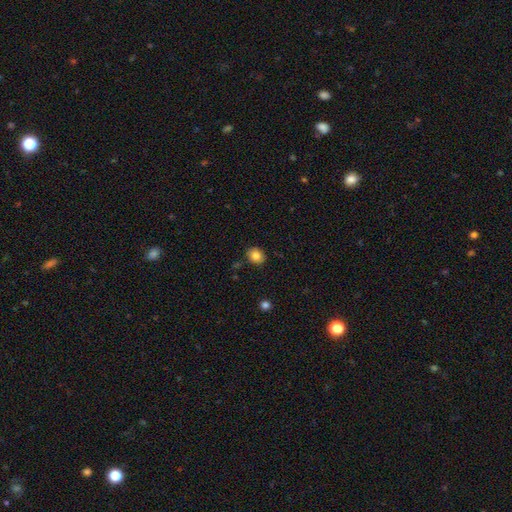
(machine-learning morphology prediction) This is clearly a smooth galaxy (82%). How rounded: possibly round (59%). Merging: clearly none (86%).